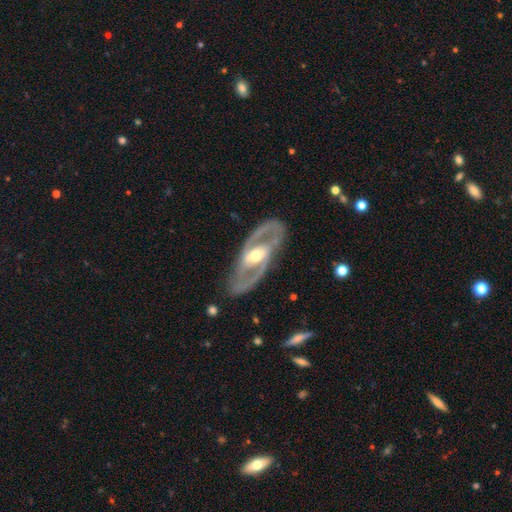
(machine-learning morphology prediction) The model was most divided on "bar": strong: 40%, weak: 36%, no: 25%. More confident: edge-on disk — no (93%); spiral arm count — 2 (91%); smooth or featured — featured or disk (89%); spiral arms — yes (88%); merging — none (84%); bulge size — moderate (66%); spiral winding — medium (55%).